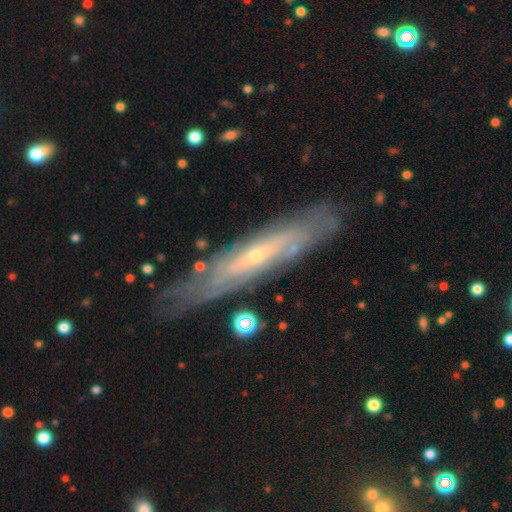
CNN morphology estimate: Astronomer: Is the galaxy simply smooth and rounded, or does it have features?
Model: featured or disk — 76%.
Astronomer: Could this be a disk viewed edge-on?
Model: no — 53% (runner-up: yes, 47%).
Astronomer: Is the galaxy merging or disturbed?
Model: none — 78%.